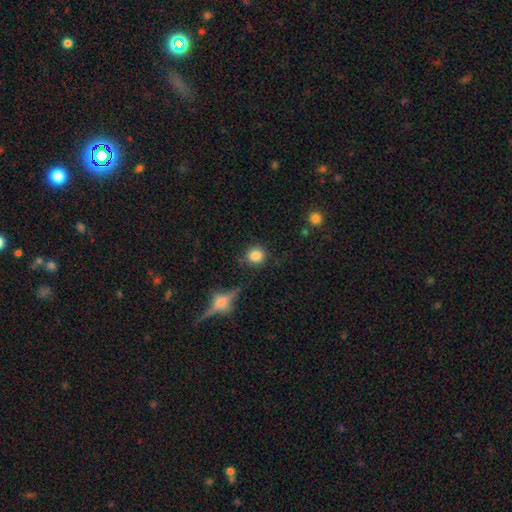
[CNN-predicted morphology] type=smooth (82%); roundness=round (85%); merging=none (81%).